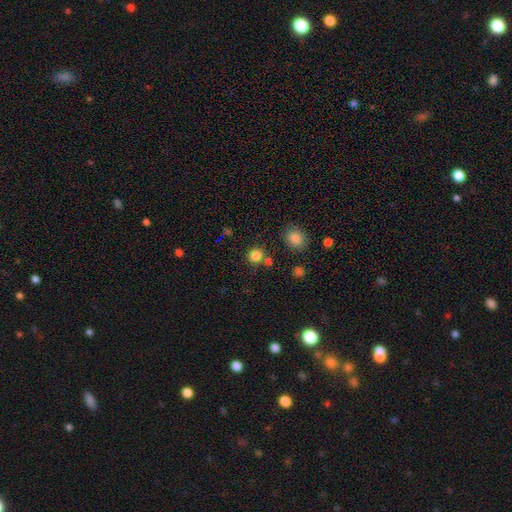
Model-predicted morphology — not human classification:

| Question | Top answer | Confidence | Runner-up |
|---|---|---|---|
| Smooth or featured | smooth | 81% | star or artifact (14%) |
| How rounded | round | 90% | in between (9%) |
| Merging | none | 75% | merger (13%) |